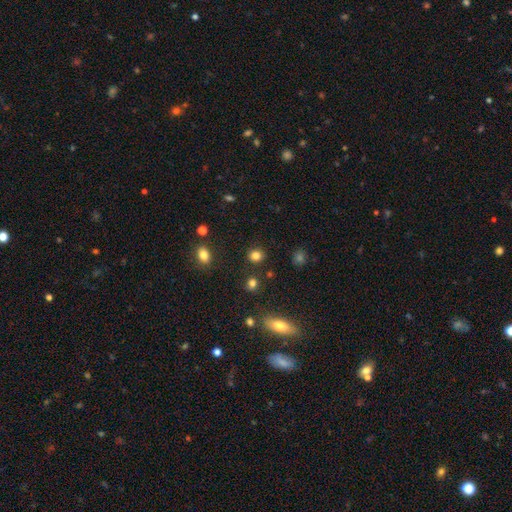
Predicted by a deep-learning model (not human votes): Smooth or featured: smooth — 81% (star or artifact — 14%)
How rounded: round — 83% (in between — 16%)
Merging: none — 88% (minor disturbance — 7%)